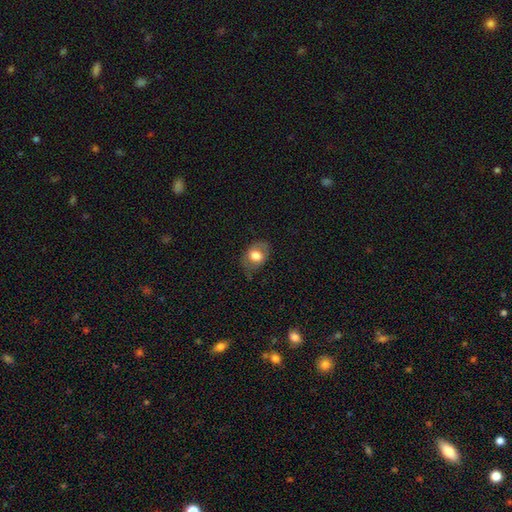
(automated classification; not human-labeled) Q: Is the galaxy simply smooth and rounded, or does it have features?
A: smooth — 70%.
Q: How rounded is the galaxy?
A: in between — 72%.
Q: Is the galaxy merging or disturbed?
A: none — 65%.